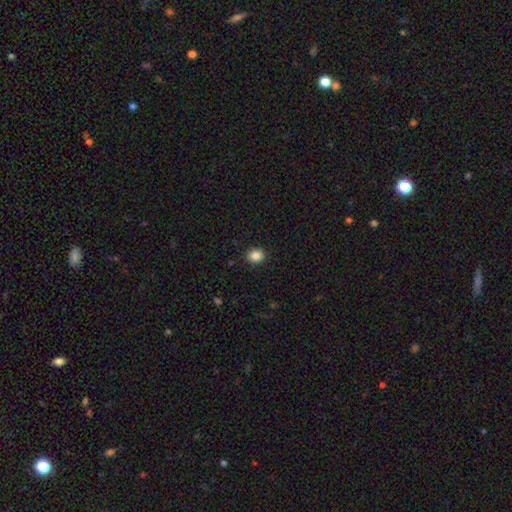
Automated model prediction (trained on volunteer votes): Smooth or featured? Predicted: smooth (p=0.87). How rounded? Predicted: round (p=0.64). Merging? Predicted: none (p=0.90).